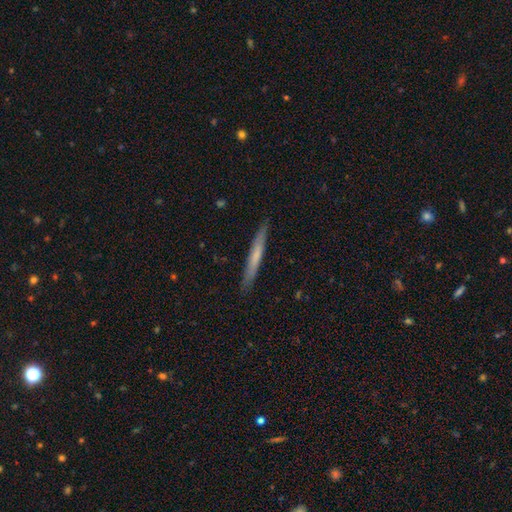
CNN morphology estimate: A smooth galaxy with no disk features (59%) that is cigar-shaped (96%). Merging: none (90%).